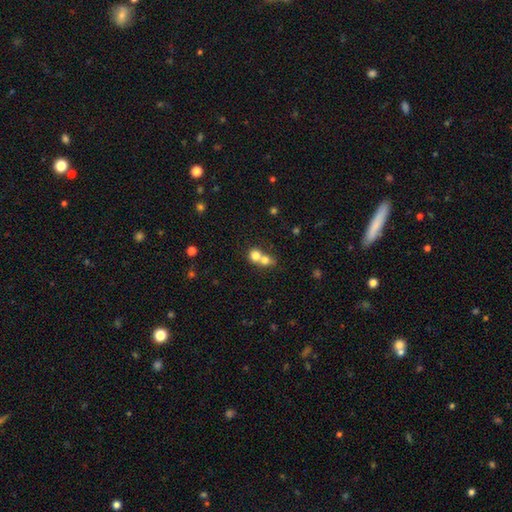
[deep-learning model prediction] Smooth or featured: smooth — 75% (featured or disk — 14%)
How rounded: round — 76% (in between — 23%)
Merging: merger — 66% (none — 26%)